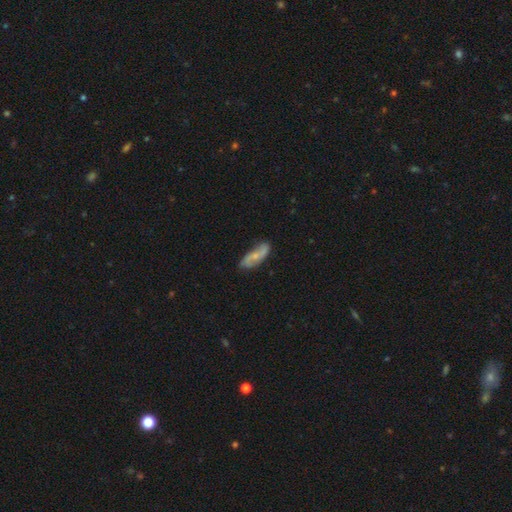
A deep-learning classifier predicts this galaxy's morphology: This appears to be a featured or disk galaxy (58%). Merging: none (77%).